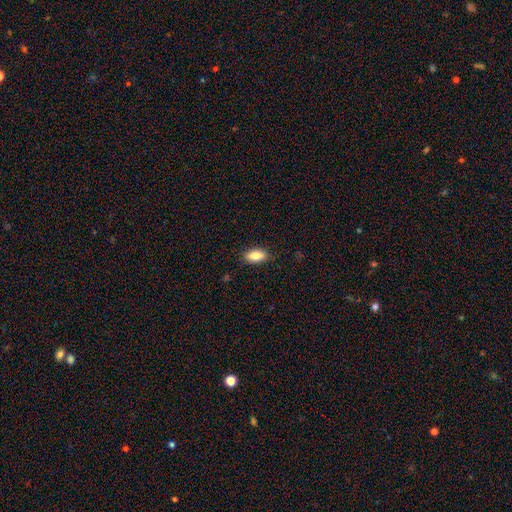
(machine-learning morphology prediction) The model was most divided on "smooth or featured": smooth: 85%, featured or disk: 8%, star or artifact: 7%. More confident: how rounded — in between (89%); merging — none (87%).